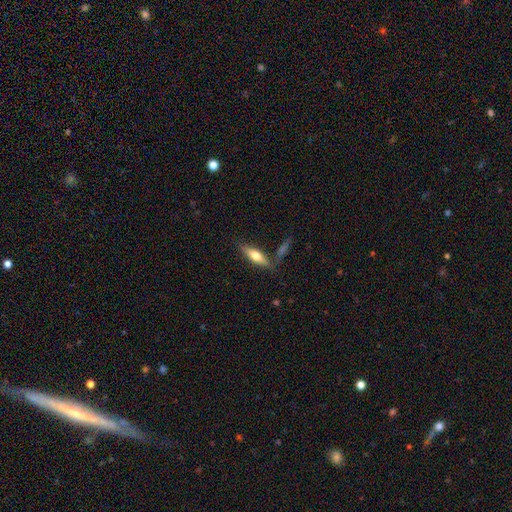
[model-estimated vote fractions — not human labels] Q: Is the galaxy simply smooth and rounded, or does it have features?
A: smooth — 53%.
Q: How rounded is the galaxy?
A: cigar-shaped — 58%.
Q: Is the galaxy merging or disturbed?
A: none — 75%.